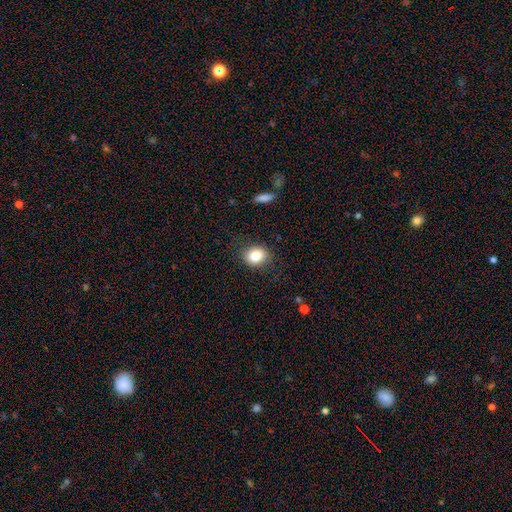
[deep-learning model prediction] smooth_or_featured: smooth (p=0.83) [alt: star or artifact p=0.09]
how_rounded: round (p=0.54) [alt: in between p=0.45]
merging: none (p=0.84) [alt: minor disturbance p=0.11]